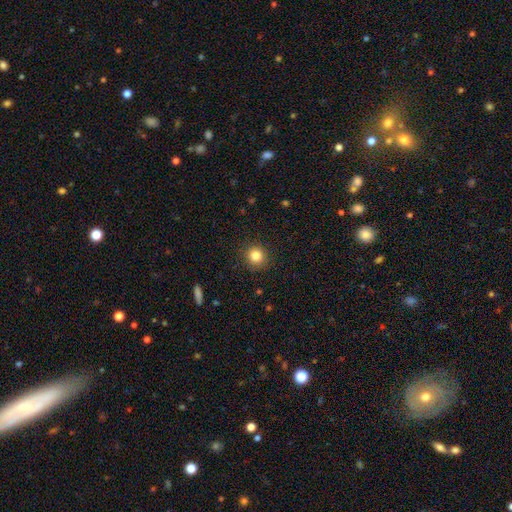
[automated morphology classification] smooth-or-featured: smooth: 83% | star or artifact: 11% | featured or disk: 6%
  how-rounded: round: 92% | in between: 7% | cigar-shaped: 1%
  merging: none: 91% | minor disturbance: 6% | major disturbance: 2% | merger: 1%